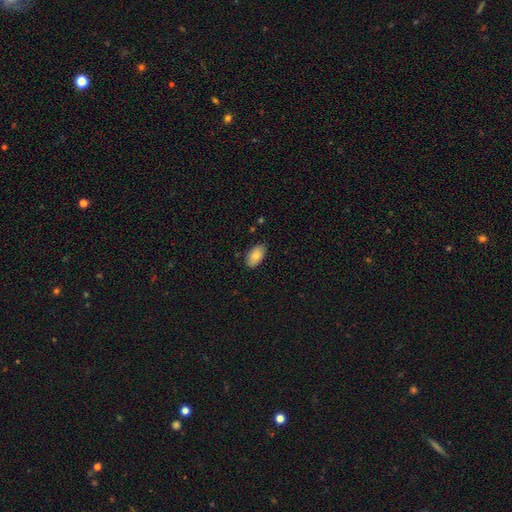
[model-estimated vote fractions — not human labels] smooth-or-featured: smooth: 80% | featured or disk: 13% | star or artifact: 7%
  how-rounded: in between: 94% | round: 3% | cigar-shaped: 3%
  merging: none: 85% | minor disturbance: 12% | major disturbance: 2% | merger: 1%